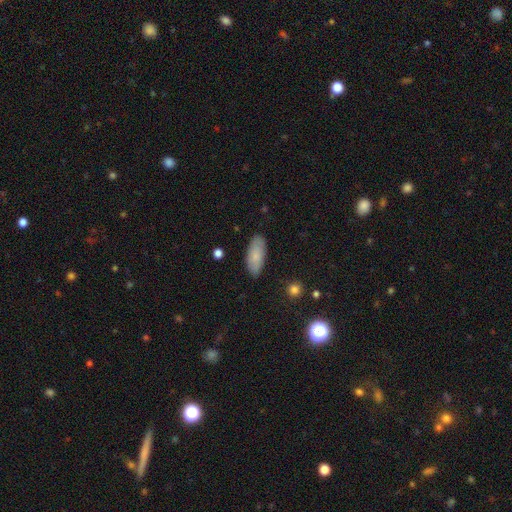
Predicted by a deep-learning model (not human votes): This appears to be a smooth galaxy with no disk features (81%) that is in between round and cigar-shaped (85%). Merging: none (85%).